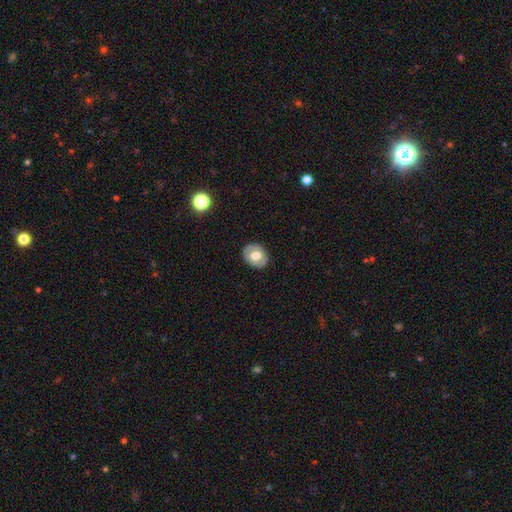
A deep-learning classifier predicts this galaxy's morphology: type=smooth (52%); roundness=round (58%); merging=none (86%).